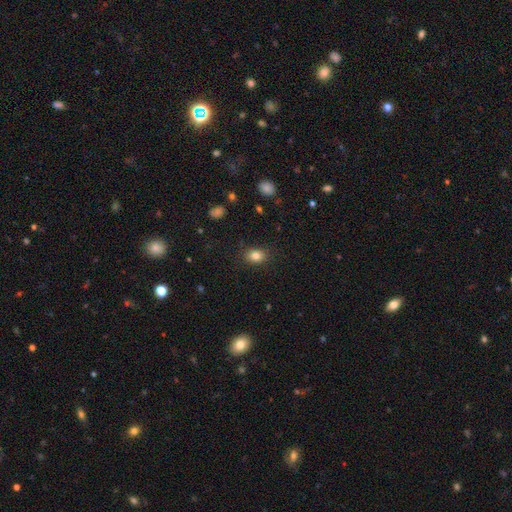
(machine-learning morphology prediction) This appears to be a smooth galaxy with no disk features (83%) that is in between round and cigar-shaped (69%). Merging: none (85%).